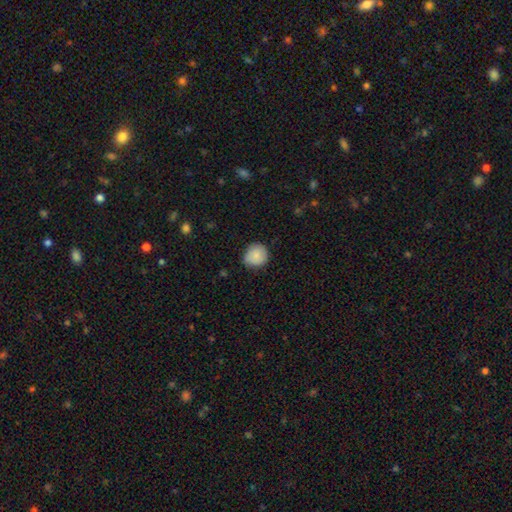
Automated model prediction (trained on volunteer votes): This is clearly a smooth galaxy (86%). How rounded: clearly round (86%). Merging: likely none (76%).